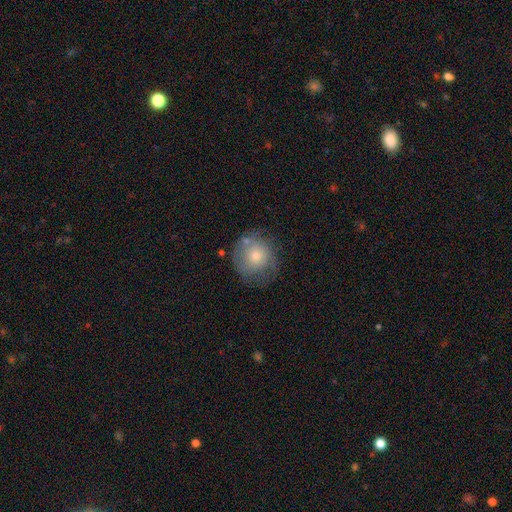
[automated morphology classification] Smooth or featured? smooth (58%)
How rounded? round (89%)
Merging? none (67%)